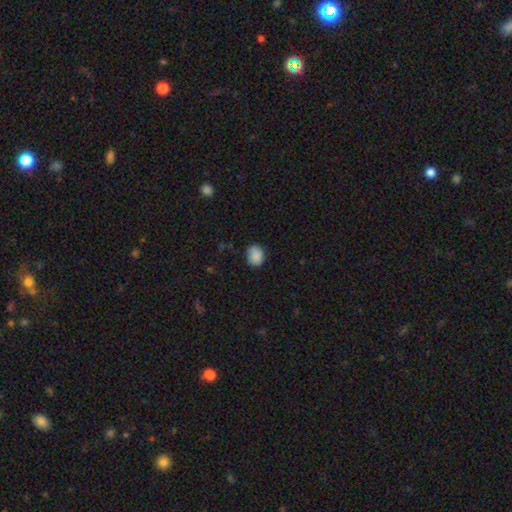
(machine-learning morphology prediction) Smooth or featured?
  - smooth: 88% *
  - star or artifact: 8%
  - featured or disk: 4%
How rounded?
  - in between: 56% *
  - round: 44%
  - cigar-shaped: 1%
Merging?
  - none: 78% *
  - minor disturbance: 18%
  - major disturbance: 3%
  - merger: 1%